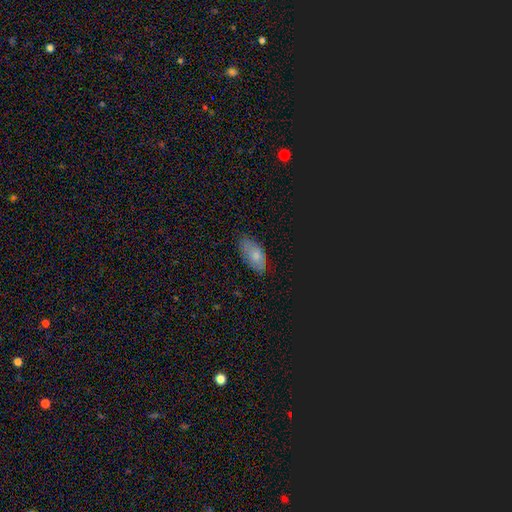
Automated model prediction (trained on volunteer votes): The model was most divided on "smooth or featured": smooth: 66%, star or artifact: 19%, featured or disk: 15%. More confident: how rounded — in between (92%); merging — none (76%).